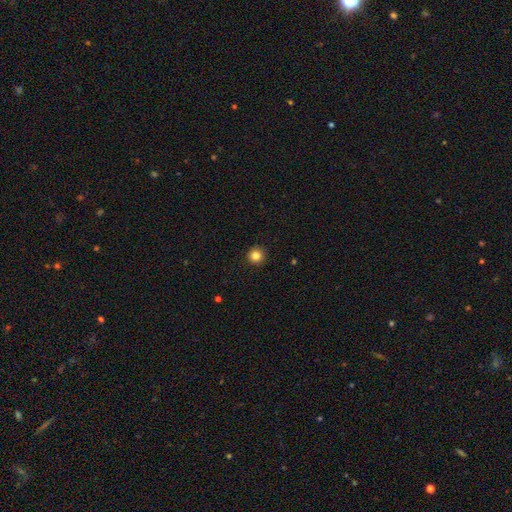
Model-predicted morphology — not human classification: Smooth or featured: smooth — 83% (star or artifact — 12%)
How rounded: round — 95% (in between — 4%)
Merging: none — 93% (minor disturbance — 5%)